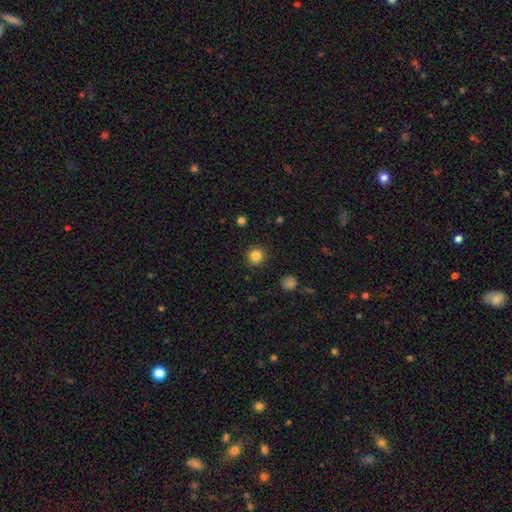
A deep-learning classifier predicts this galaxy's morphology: smooth-or-featured: smooth: 84% | star or artifact: 11% | featured or disk: 4%
  how-rounded: round: 91% | in between: 8% | cigar-shaped: 1%
  merging: none: 91% | minor disturbance: 6% | major disturbance: 2% | merger: 1%